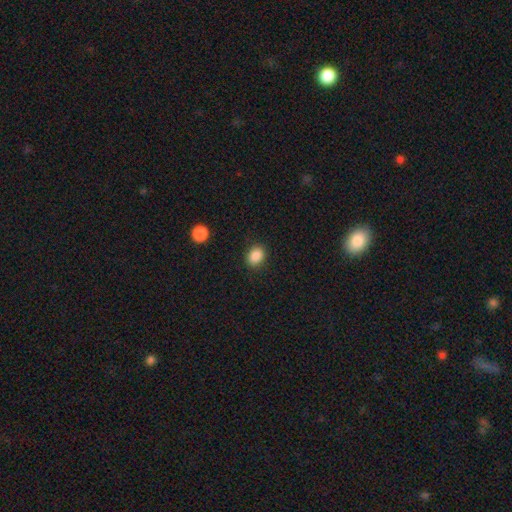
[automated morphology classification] A smooth galaxy with no disk features (87%) that is round (50%). Merging: none (88%).